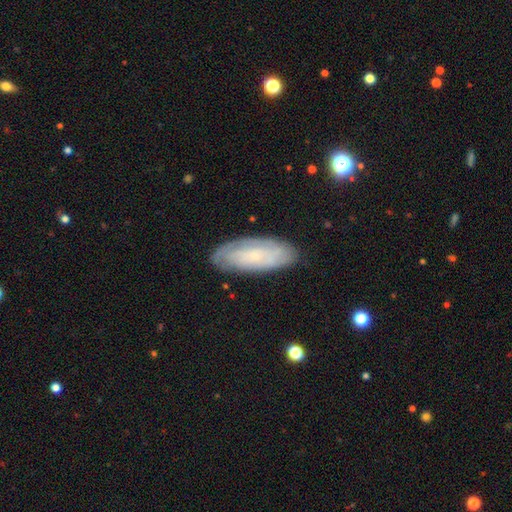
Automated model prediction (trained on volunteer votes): Smooth or featured: featured or disk — 55% (smooth — 37%)
Edge-on disk: no — 86% (yes — 14%)
Merging: none — 80% (minor disturbance — 15%)